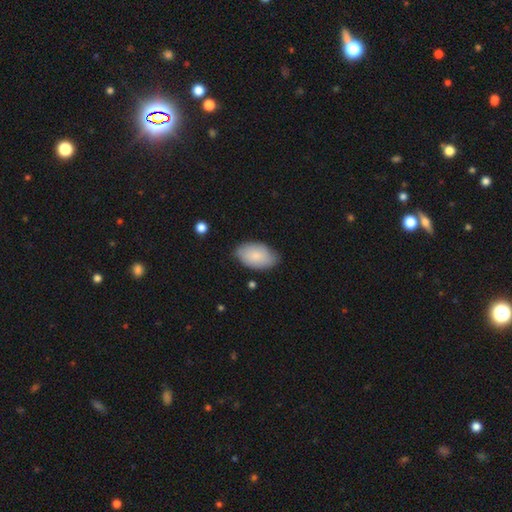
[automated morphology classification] Smooth or featured? smooth (82%)
How rounded? in between (94%)
Merging? none (74%)